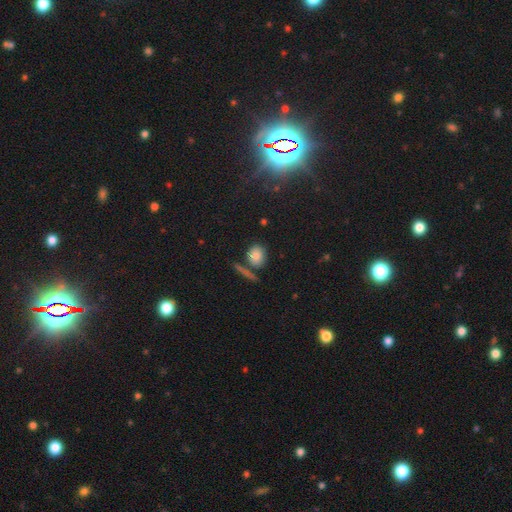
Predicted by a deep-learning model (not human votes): Q: Smooth or featured?
A: smooth (82%); runner-up: star or artifact (10%)
Q: How rounded?
A: round (53%); runner-up: in between (43%)
Q: Merging?
A: none (69%); runner-up: minor disturbance (13%)